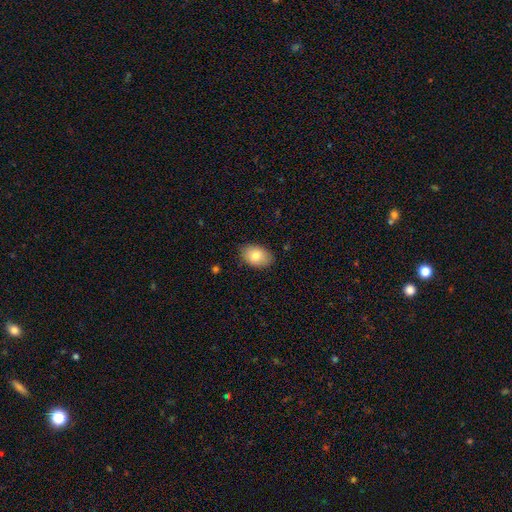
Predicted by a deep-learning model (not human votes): Morphology: type=smooth (81%); roundness=in between (84%); merging=none (82%).